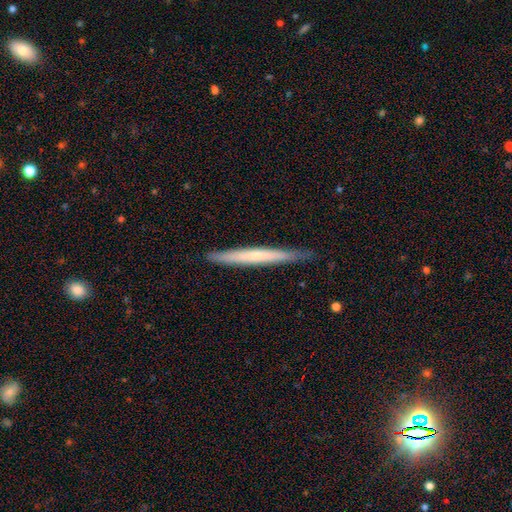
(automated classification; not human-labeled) smooth 50%, featured or disk 45%, star or artifact 5%. Down the decision tree: how rounded — cigar-shaped (97%); merging — none (86%).